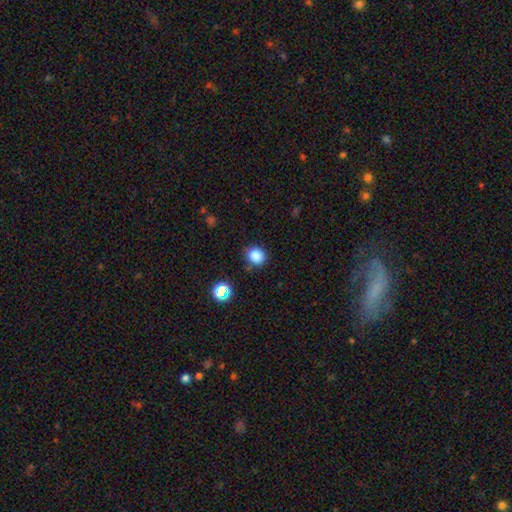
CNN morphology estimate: type=smooth (83%); roundness=round (81%); merging=none (81%).